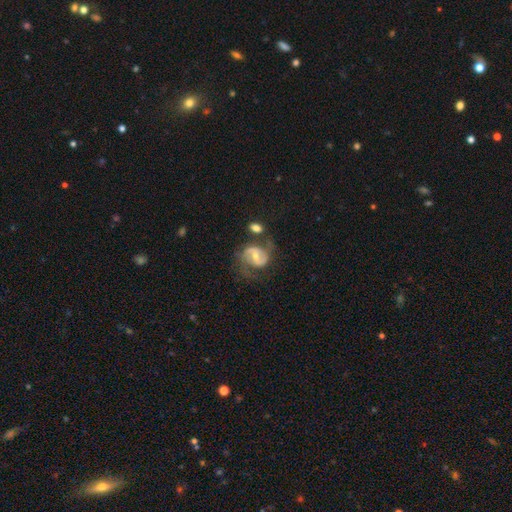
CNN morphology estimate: The model was most divided on "bulge size": small: 49%, moderate: 45%, none: 3%, large: 2%, dominant: 1%. Remaining: edge-on disk — no (98%); spiral arms — yes (93%); spiral arm count — 2 (85%); smooth or featured — featured or disk (82%); merging — none (56%); spiral winding — medium (54%); bar — weak (46%).